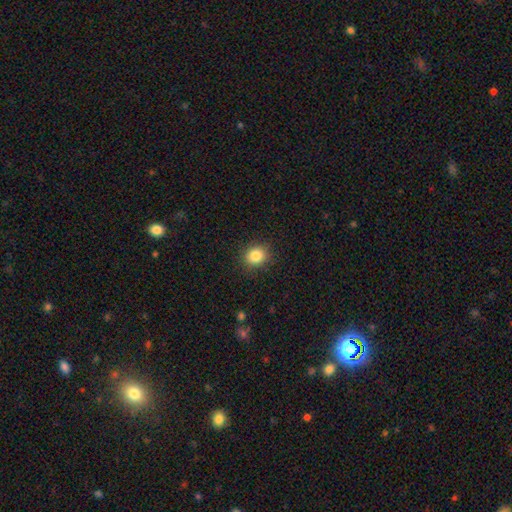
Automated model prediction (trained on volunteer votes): A smooth galaxy with no disk features (85%) that is round (73%). Merging: none (88%).